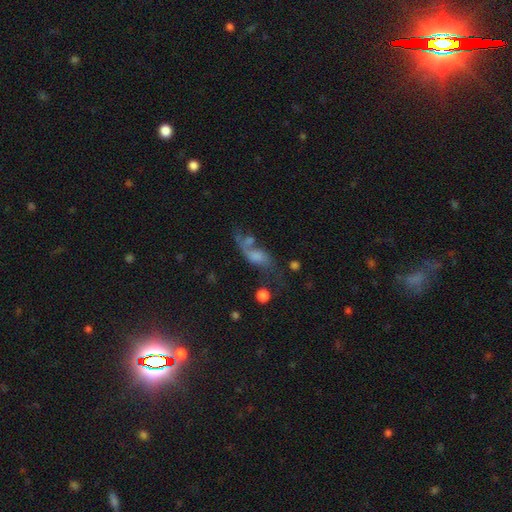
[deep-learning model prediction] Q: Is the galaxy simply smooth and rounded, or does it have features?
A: featured or disk — 43%.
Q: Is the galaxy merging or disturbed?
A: none — 33%.